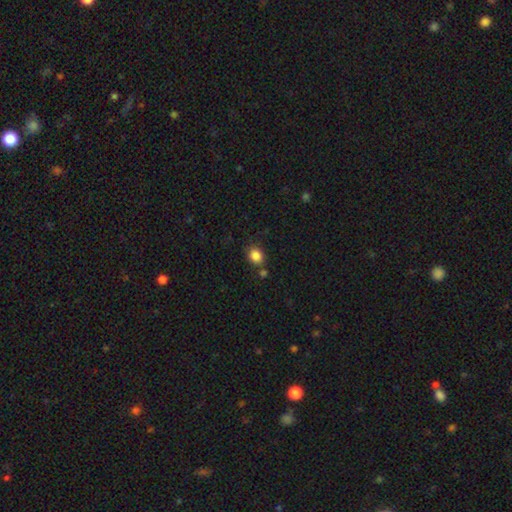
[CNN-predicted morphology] Overall: smooth (85%). How rounded: round (61%; in between 38%). Merging: none (76%).